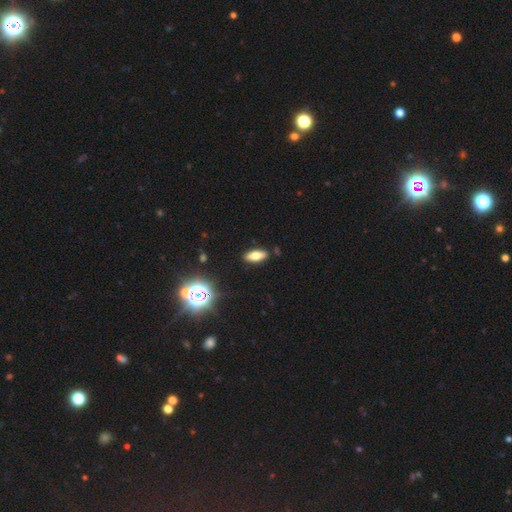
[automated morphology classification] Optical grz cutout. It shows a smooth galaxy with no disk features (66%) that is in between round and cigar-shaped (73%). Merging: none (88%).